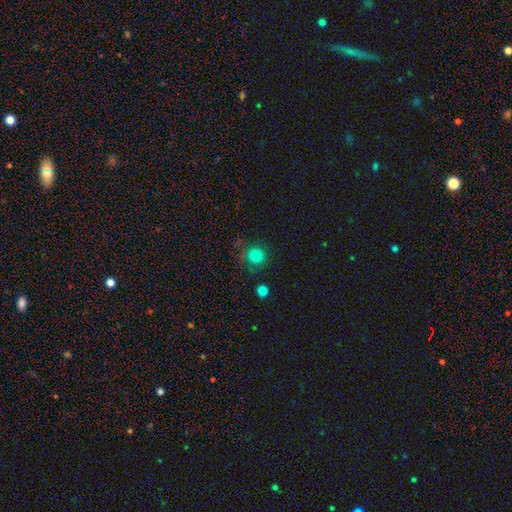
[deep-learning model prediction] Smooth or featured?
  - smooth: 82% *
  - star or artifact: 13%
  - featured or disk: 5%
How rounded?
  - round: 93% *
  - in between: 6%
  - cigar-shaped: 1%
Merging?
  - none: 79% *
  - minor disturbance: 12%
  - merger: 5%
  - major disturbance: 4%